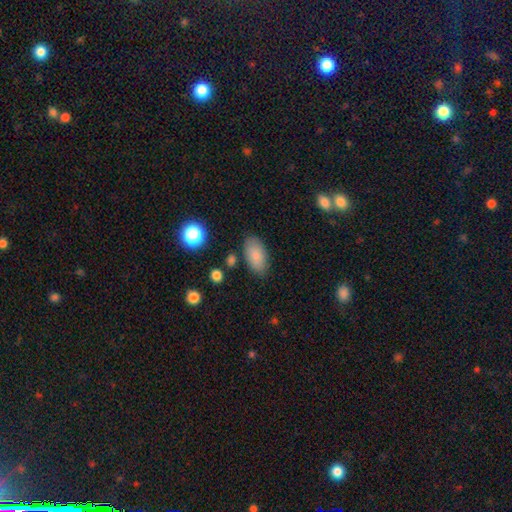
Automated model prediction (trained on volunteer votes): A smooth galaxy with no disk features (84%) that is in between round and cigar-shaped (93%). Merging: none (82%).